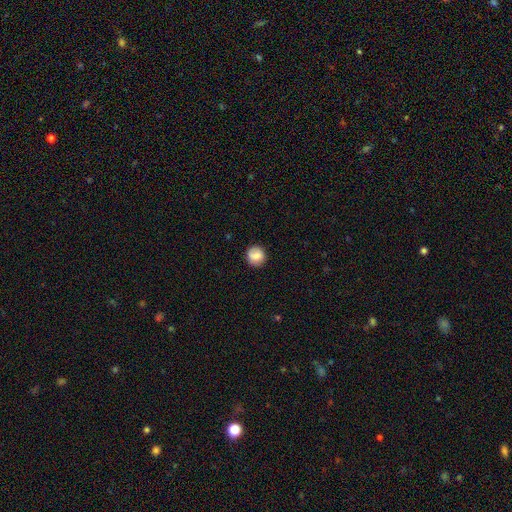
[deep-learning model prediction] Smooth or featured?
  - smooth: 79% *
  - featured or disk: 13%
  - star or artifact: 8%
How rounded?
  - round: 91% *
  - in between: 8%
  - cigar-shaped: 1%
Merging?
  - none: 86% *
  - minor disturbance: 10%
  - major disturbance: 3%
  - merger: 1%